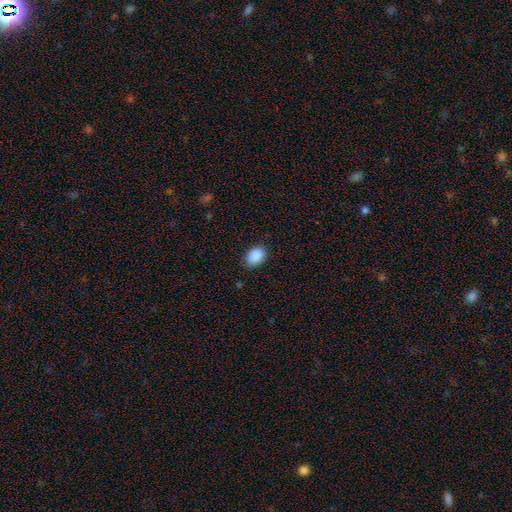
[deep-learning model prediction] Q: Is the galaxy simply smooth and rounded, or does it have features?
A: smooth — 89%.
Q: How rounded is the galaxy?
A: in between — 77%.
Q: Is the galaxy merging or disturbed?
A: none — 86%.